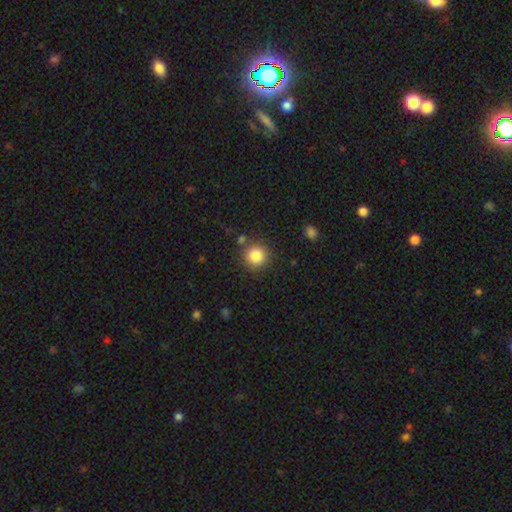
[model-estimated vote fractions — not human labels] smooth-or-featured: smooth: 85% | star or artifact: 10% | featured or disk: 5%
  how-rounded: round: 94% | in between: 5% | cigar-shaped: 1%
  merging: none: 85% | minor disturbance: 8% | merger: 5% | major disturbance: 3%